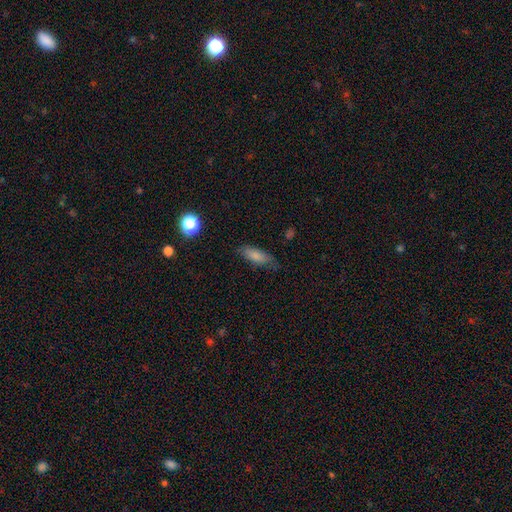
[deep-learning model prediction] A smooth galaxy with no disk features (80%) that is in between round and cigar-shaped (67%). Merging: none (69%).